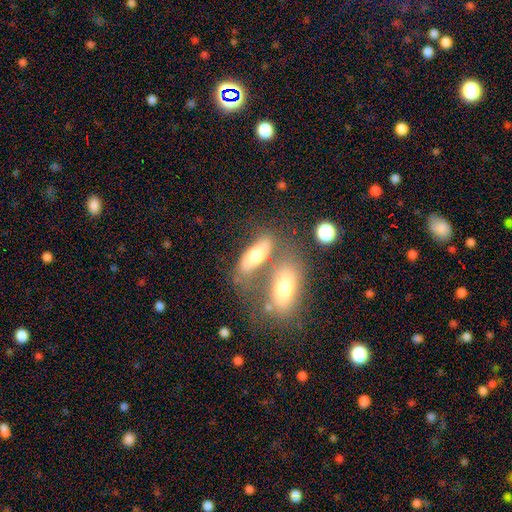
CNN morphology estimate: The model was most divided on "merging" (2-way tie): none: 39%, merger: 39%, minor disturbance: 13%, major disturbance: 9%. More confident: how rounded — in between (69%); smooth or featured — smooth (62%).